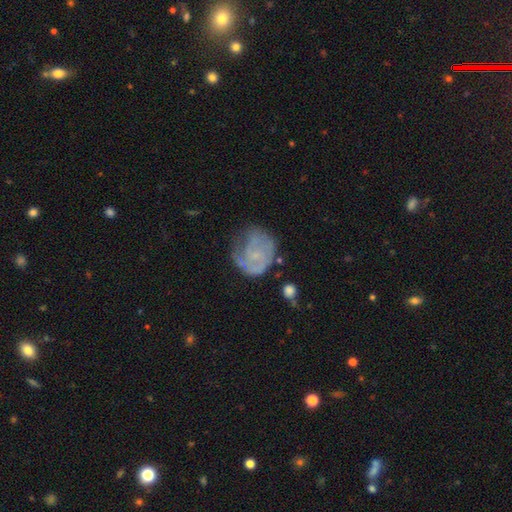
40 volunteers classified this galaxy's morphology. Smooth or featured? featured or disk (80%)
Edge-on disk? no (100%)
Bar? no (69%)
Spiral arms? yes (88%)
Spiral winding? tight (50%)
Spiral arm count? 2 (57%)
Bulge size? small (81%)
Merging? none (55%)